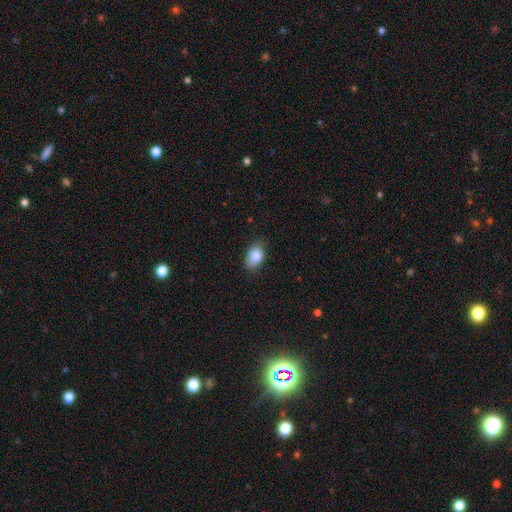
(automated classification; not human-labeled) Q: Smooth or featured?
A: smooth (85%); runner-up: star or artifact (8%)
Q: How rounded?
A: in between (87%); runner-up: round (12%)
Q: Merging?
A: none (79%); runner-up: minor disturbance (17%)